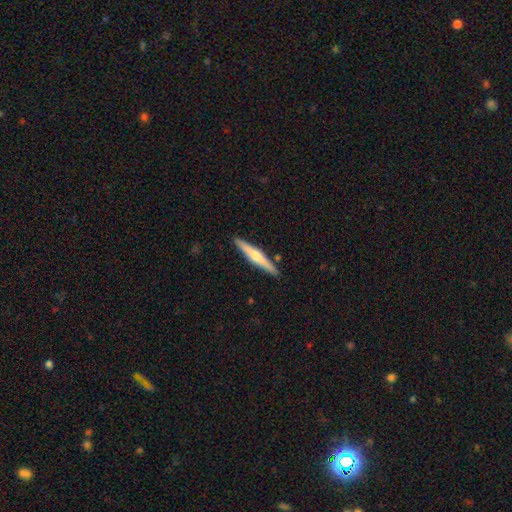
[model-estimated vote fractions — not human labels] Smooth or featured? featured or disk (55%)
Edge-on disk? yes (97%)
Edge-on bulge? rounded (82%)
Merging? none (89%)